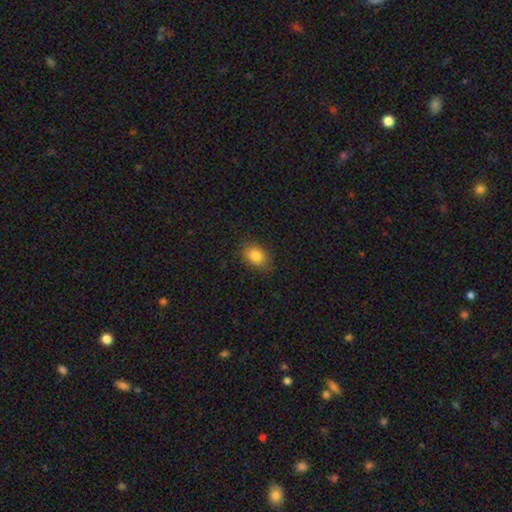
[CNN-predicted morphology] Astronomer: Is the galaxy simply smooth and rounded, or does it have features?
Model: smooth — 83%.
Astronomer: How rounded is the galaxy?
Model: in between — 71%.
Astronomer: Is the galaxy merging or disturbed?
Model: none — 84%.